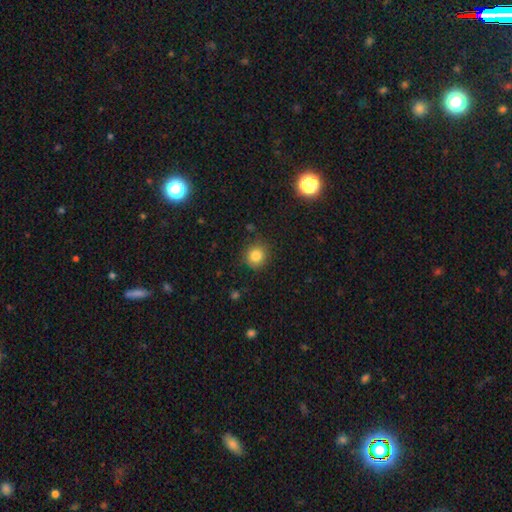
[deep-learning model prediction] smooth_or_featured: smooth (p=0.83) [alt: star or artifact p=0.12]
how_rounded: round (p=0.90) [alt: in between p=0.09]
merging: none (p=0.86) [alt: minor disturbance p=0.10]